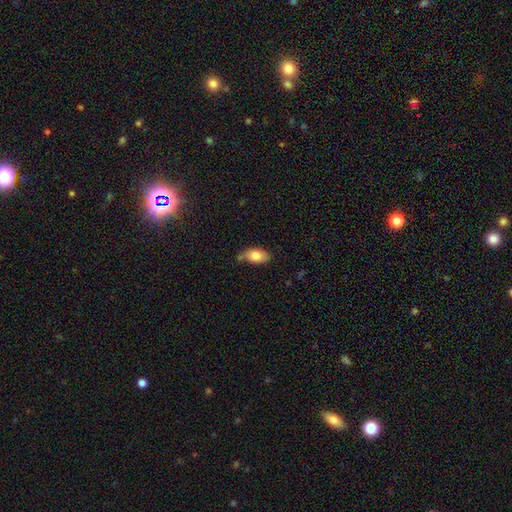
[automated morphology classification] Overall: smooth (78%). How rounded: in between (91%). Merging: none (61%; minor disturbance 25%).